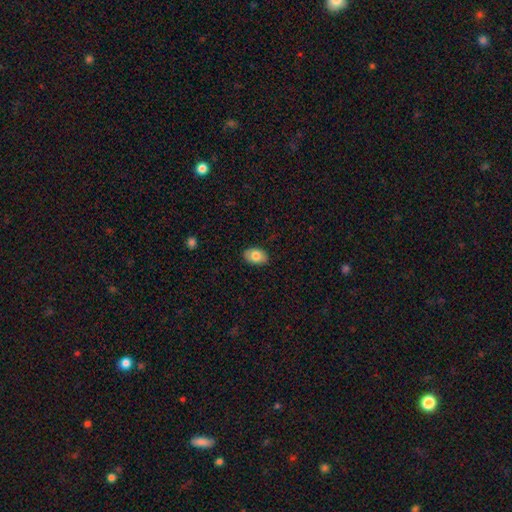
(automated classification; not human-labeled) Smooth or featured? Predicted: smooth (p=0.78). How rounded? Predicted: in between (p=0.88). Merging? Predicted: none (p=0.86).